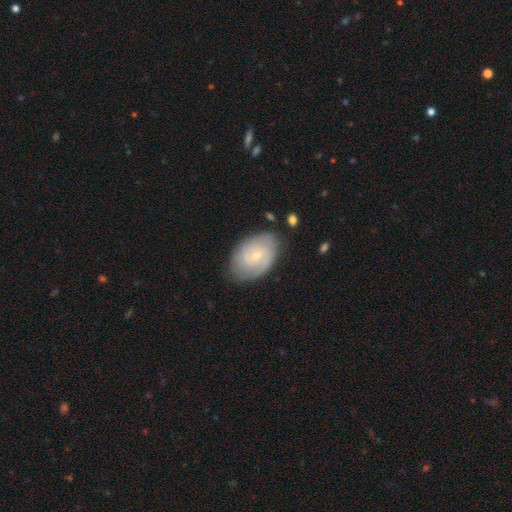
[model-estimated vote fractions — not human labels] Smooth or featured? Predicted: featured or disk (p=0.66). Edge-on disk? Predicted: no (p=0.96). Bar? Predicted: no (p=0.66). Spiral arms? Predicted: yes (p=0.83). Spiral winding? Predicted: tight (p=0.57). Spiral arm count? Predicted: 2 (p=0.44). Bulge size? Predicted: small (p=0.72). Merging? Predicted: none (p=0.75).